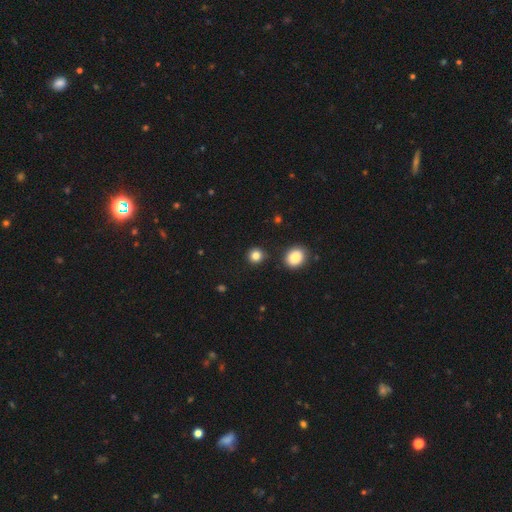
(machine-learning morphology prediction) The model was most divided on "smooth or featured": smooth: 84%, star or artifact: 12%, featured or disk: 5%. More confident: how rounded — round (90%); merging — none (89%).